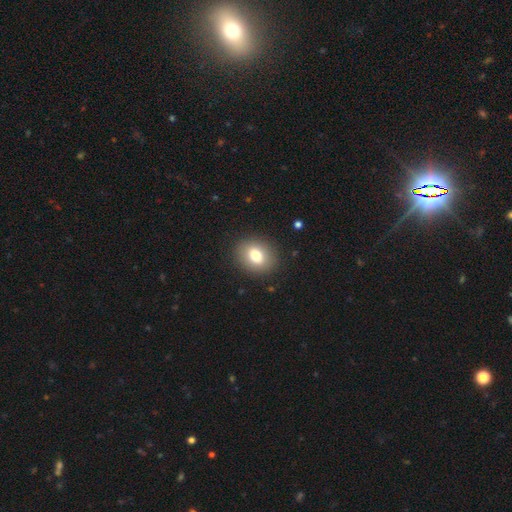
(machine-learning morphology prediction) type=smooth (77%); roundness=round (55%); merging=none (89%).